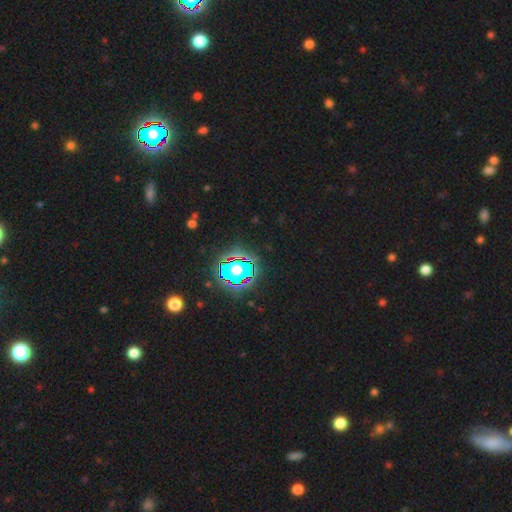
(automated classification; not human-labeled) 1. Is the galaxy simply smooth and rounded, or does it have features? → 81% star or artifact, 12% smooth, 8% featured or disk.